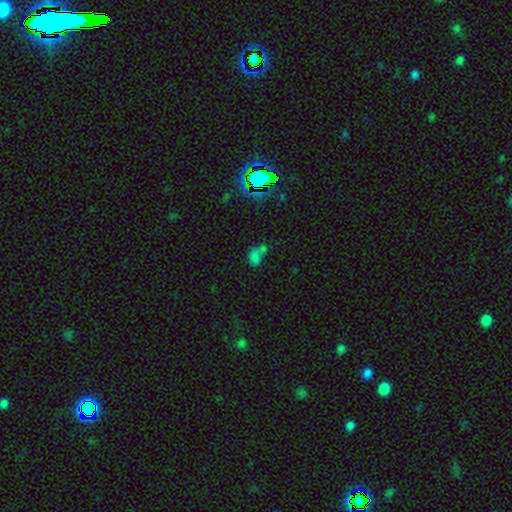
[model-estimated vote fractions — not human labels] Smooth or featured? smooth (62%)
How rounded? in between (71%)
Merging? merger (44%)